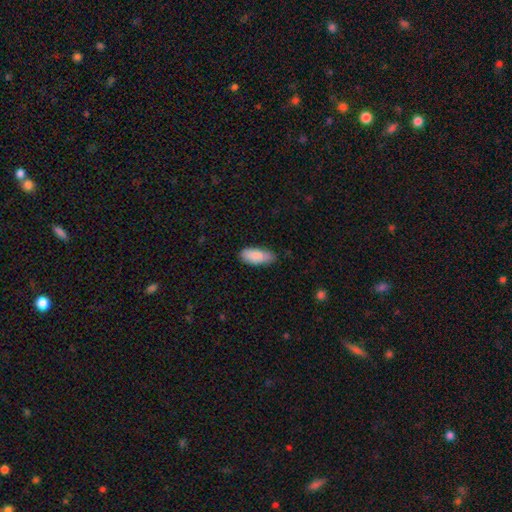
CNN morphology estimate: A smooth galaxy with no disk features (88%) that is in between round and cigar-shaped (85%). Merging: none (70%).